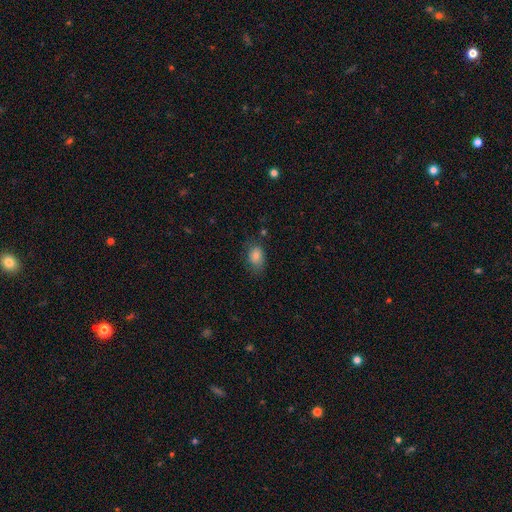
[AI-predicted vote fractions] A smooth galaxy with no disk features (81%) that is in between round and cigar-shaped (80%).

Vote fractions:
- Smooth or featured? smooth: 81% / featured or disk: 9% / star or artifact: 9%
- How rounded? in between: 80% / round: 18% / cigar-shaped: 1%
- Merging? none: 65% / minor disturbance: 25% / major disturbance: 9% / merger: 2%